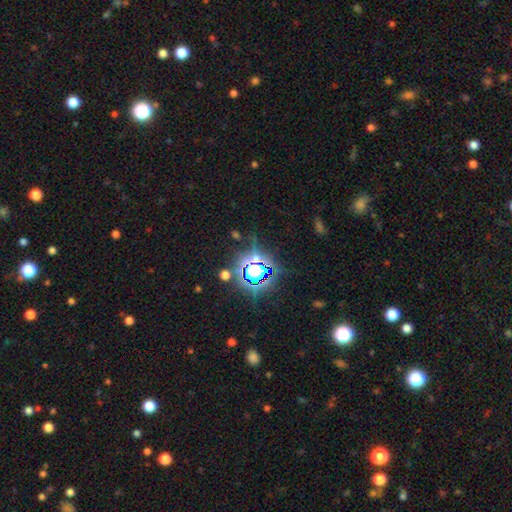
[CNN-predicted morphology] smooth-or-featured: star or artifact: 79% | smooth: 13% | featured or disk: 8%